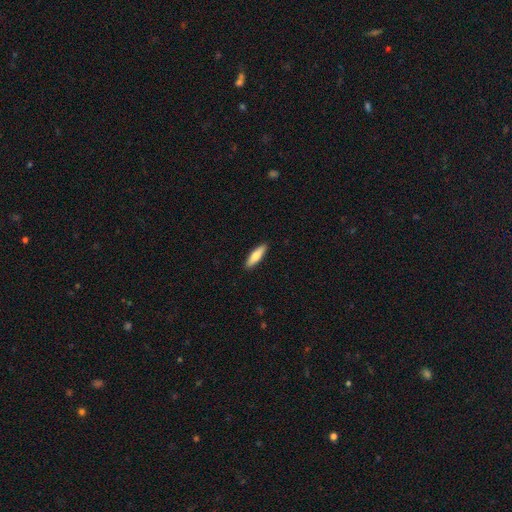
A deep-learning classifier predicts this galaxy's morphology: Q: Smooth or featured?
A: smooth (70%); runner-up: featured or disk (25%)
Q: How rounded?
A: cigar-shaped (63%); runner-up: in between (35%)
Q: Merging?
A: none (91%); runner-up: minor disturbance (7%)